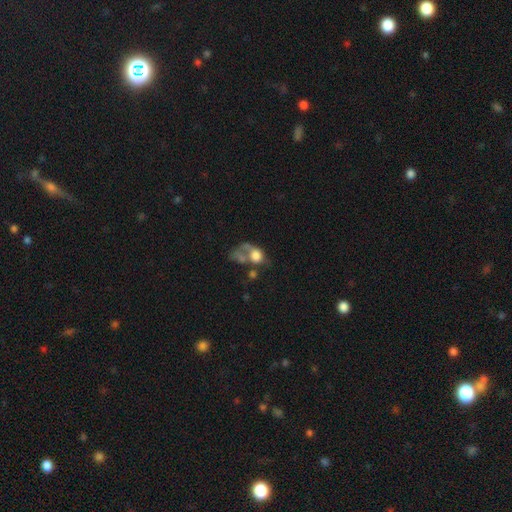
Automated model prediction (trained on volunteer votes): Smooth or featured? Predicted: smooth (p=0.58). How rounded? Predicted: in between (p=0.53). Merging? Predicted: merger (p=0.41).